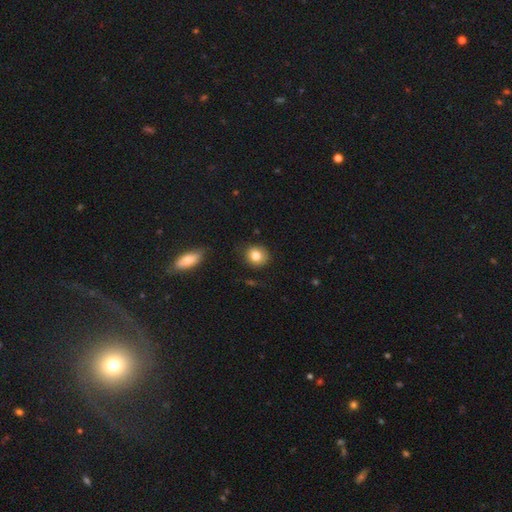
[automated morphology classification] Smooth or featured? Predicted: smooth (p=0.81). How rounded? Predicted: round (p=0.81). Merging? Predicted: none (p=0.82).